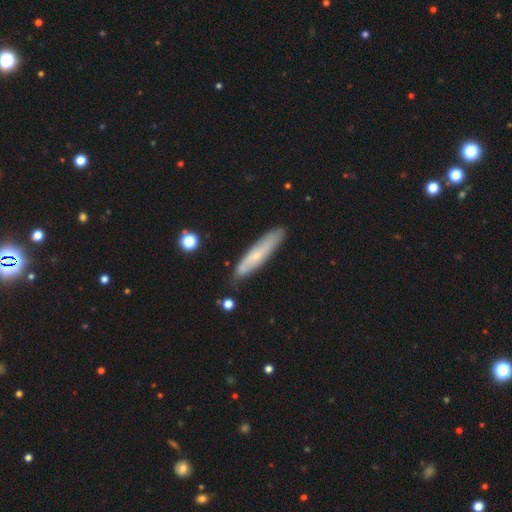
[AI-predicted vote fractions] The model was most divided on "smooth or featured": smooth: 52%, featured or disk: 41%, star or artifact: 7%. More confident: how rounded — cigar-shaped (88%); merging — none (81%).